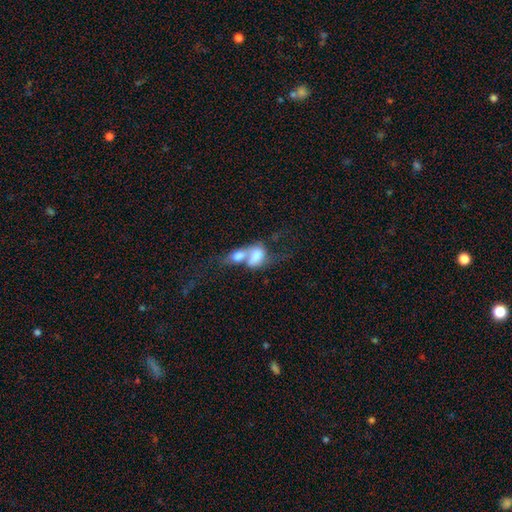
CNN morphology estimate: This is likely a smooth galaxy (61%). How rounded: likely in between (76%). Merging: likely merger (79%).